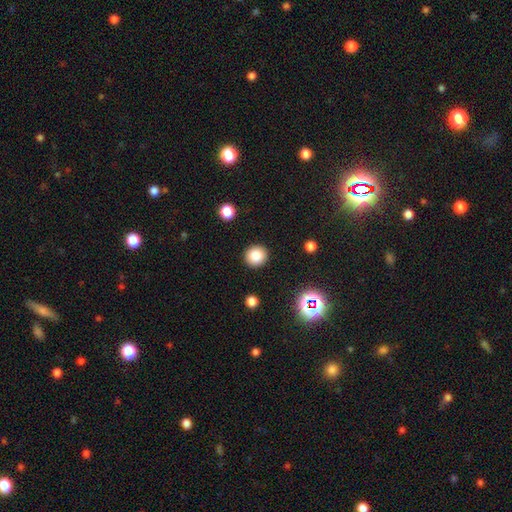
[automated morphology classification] Smooth or featured? smooth (84%)
How rounded? round (89%)
Merging? none (91%)